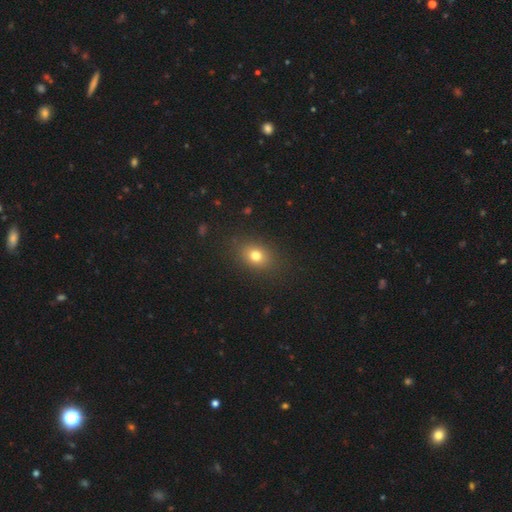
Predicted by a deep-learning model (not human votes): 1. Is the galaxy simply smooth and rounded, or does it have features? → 77% smooth, 13% star or artifact, 10% featured or disk.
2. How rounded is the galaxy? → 58% in between, 41% round, 1% cigar-shaped.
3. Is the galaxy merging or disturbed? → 86% none, 9% minor disturbance, 3% major disturbance, 1% merger.